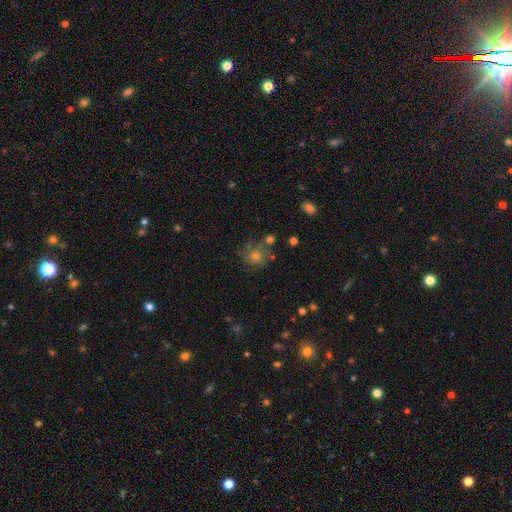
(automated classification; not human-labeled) smooth_or_featured: smooth (p=0.48) [alt: featured or disk p=0.30]
merging: none (p=0.67) [alt: minor disturbance p=0.17]